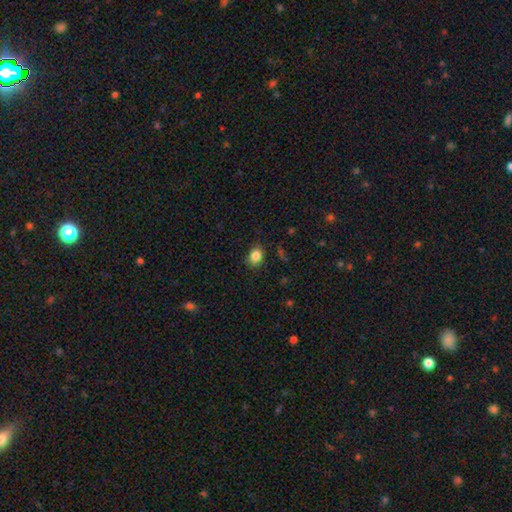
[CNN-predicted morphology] smooth 85%, star or artifact 10%, featured or disk 5%. Down the decision tree: how rounded — in between (57%); merging — none (84%).